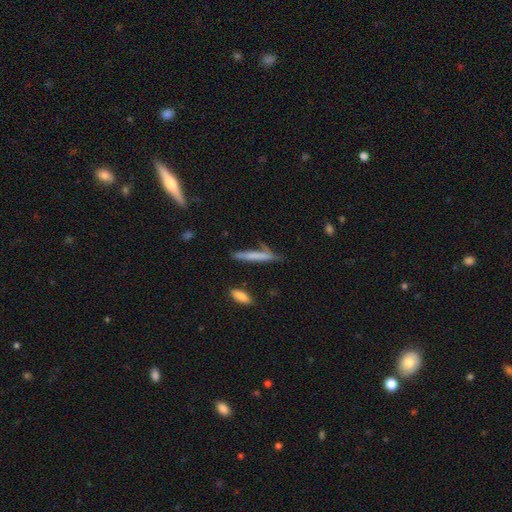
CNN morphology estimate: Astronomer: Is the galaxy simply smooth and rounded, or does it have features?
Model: smooth — 61%.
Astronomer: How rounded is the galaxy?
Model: cigar-shaped — 93%.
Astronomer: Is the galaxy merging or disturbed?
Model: none — 64%.